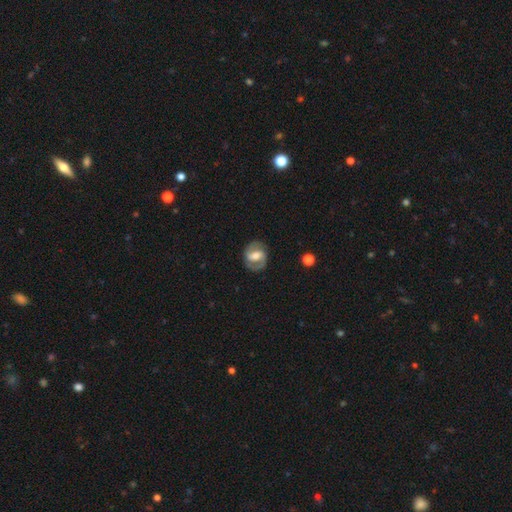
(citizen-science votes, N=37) Morphology: type=featured or disk (78%); edge-on=no (97%); bar=weak (50%); spiral arms=yes (93%); winding=medium (58%); arm count=2 (96%); bulge=moderate (64%); merging=none (85%).